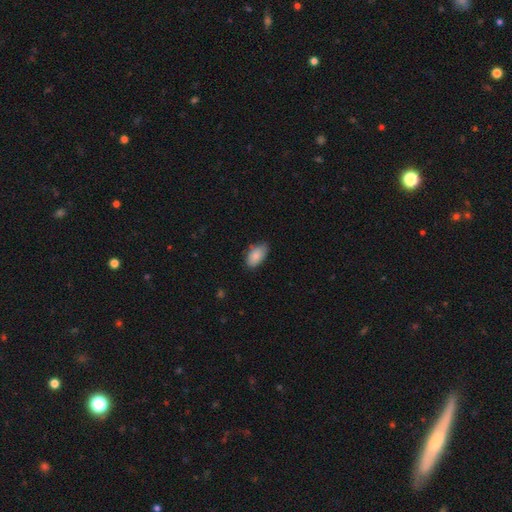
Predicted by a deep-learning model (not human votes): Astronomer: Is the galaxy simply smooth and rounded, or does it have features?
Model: smooth — 86%.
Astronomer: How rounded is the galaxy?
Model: in between — 94%.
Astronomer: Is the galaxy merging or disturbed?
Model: none — 71%.